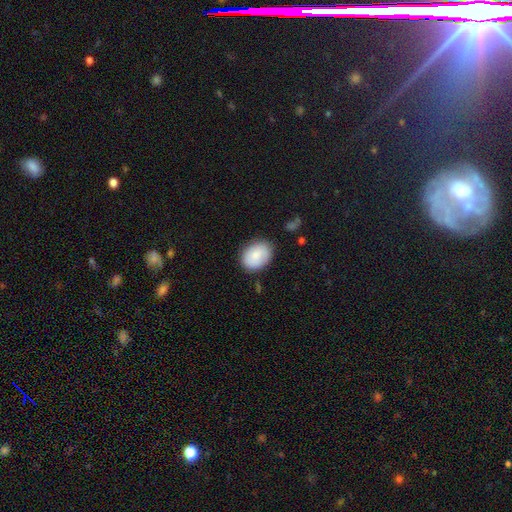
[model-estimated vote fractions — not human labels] Smooth or featured? smooth (81%)
How rounded? in between (69%)
Merging? none (79%)